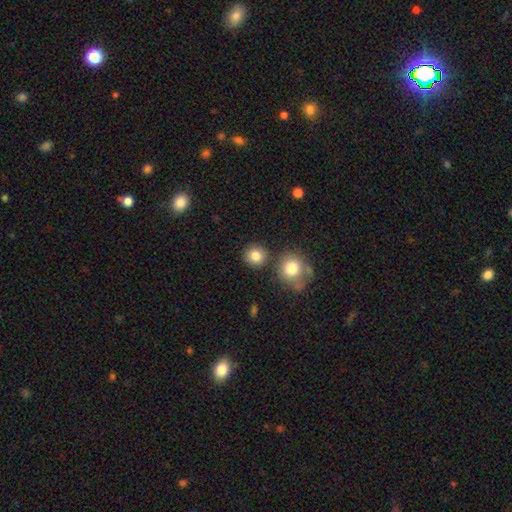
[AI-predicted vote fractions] The model was most divided on "merging": none: 80%, merger: 10%, minor disturbance: 7%, major disturbance: 3%. More confident: how rounded — round (90%); smooth or featured — smooth (83%).